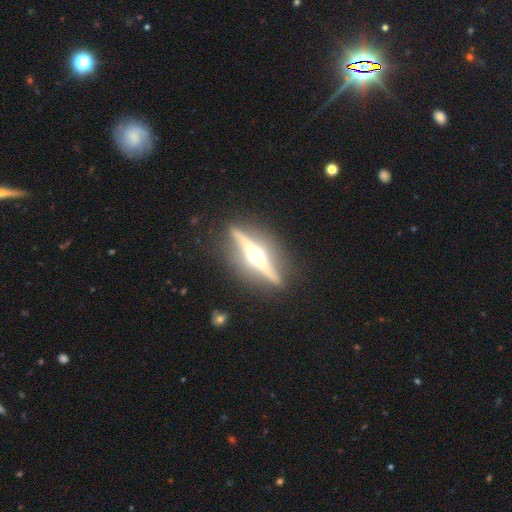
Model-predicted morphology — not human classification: Smooth or featured: featured or disk — 85% (smooth — 10%)
Edge-on disk: yes — 95% (no — 5%)
Edge-on bulge: rounded — 95% (boxy — 3%)
Merging: none — 85% (minor disturbance — 10%)